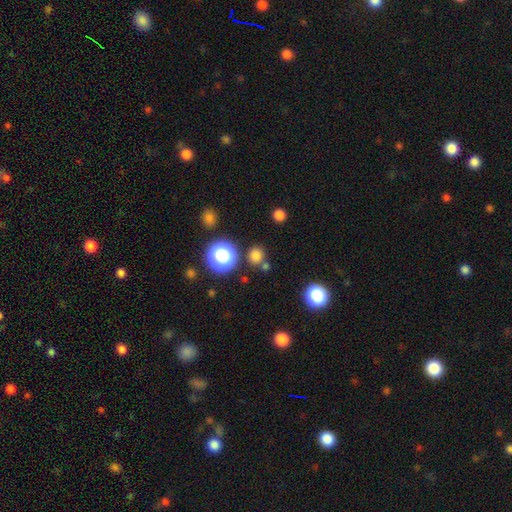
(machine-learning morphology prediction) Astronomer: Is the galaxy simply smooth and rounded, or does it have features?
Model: smooth — 74%.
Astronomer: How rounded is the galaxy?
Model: round — 86%.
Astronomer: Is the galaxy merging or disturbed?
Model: none — 77%.